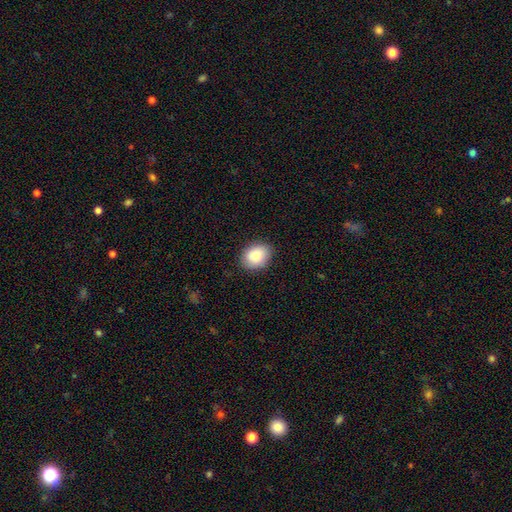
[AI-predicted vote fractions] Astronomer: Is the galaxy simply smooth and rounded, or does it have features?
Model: smooth — 86%.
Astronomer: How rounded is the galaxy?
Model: in between — 60% (runner-up: round, 39%).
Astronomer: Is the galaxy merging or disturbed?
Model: none — 87%.